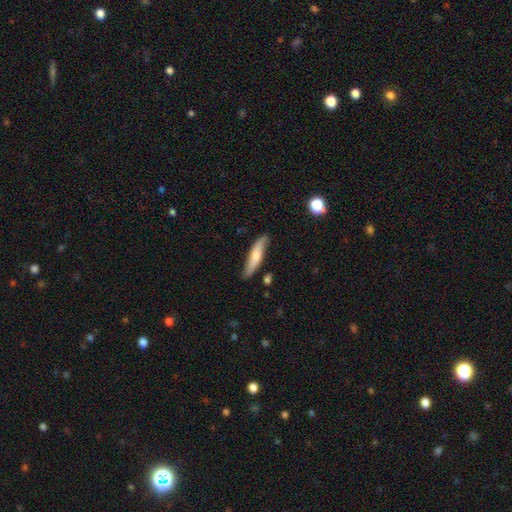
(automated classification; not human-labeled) Smooth or featured: smooth — 59% (featured or disk — 36%)
How rounded: cigar-shaped — 81% (in between — 17%)
Merging: none — 78% (minor disturbance — 17%)